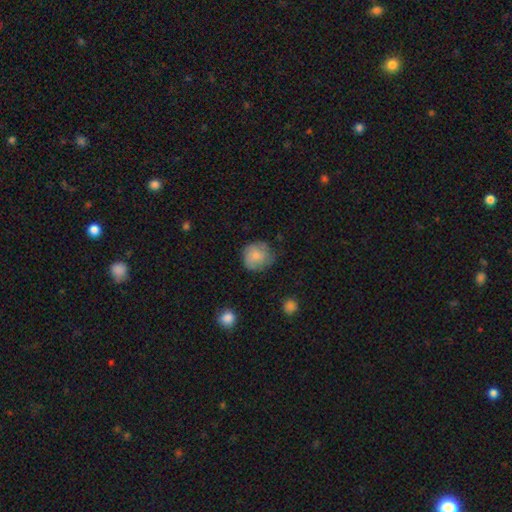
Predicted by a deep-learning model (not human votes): smooth_or_featured: smooth (p=0.73) [alt: featured or disk p=0.20]
how_rounded: round (p=0.86) [alt: in between p=0.13]
merging: none (p=0.67) [alt: minor disturbance p=0.24]